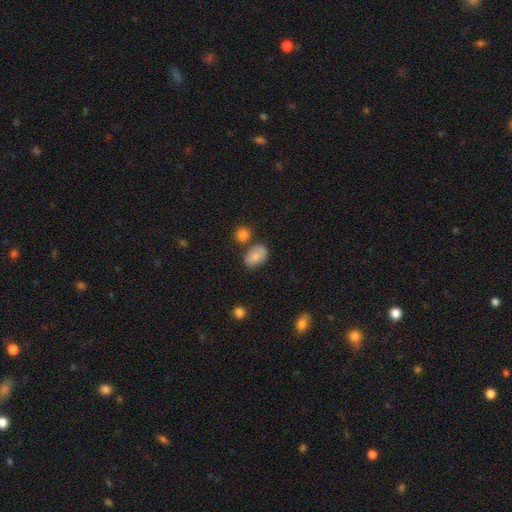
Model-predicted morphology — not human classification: Smooth or featured? smooth (79%)
How rounded? in between (86%)
Merging? none (64%)